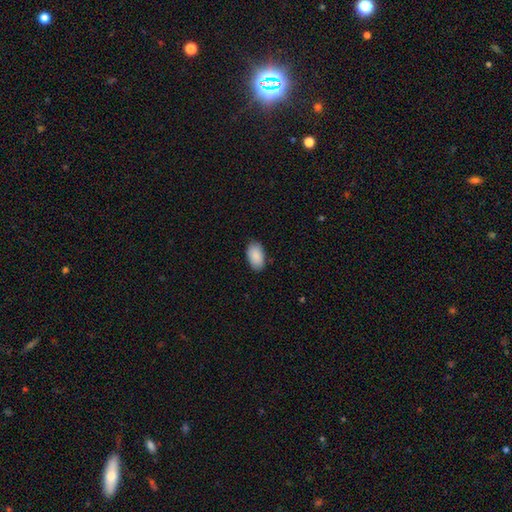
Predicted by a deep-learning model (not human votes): Smooth or featured? Predicted: smooth (p=0.90). How rounded? Predicted: in between (p=0.95). Merging? Predicted: none (p=0.85).